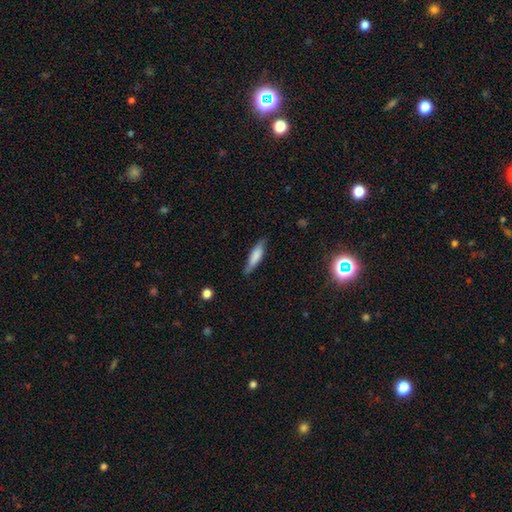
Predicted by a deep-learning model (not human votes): smooth 73%, featured or disk 21%, star or artifact 6%. Down the decision tree: how rounded — cigar-shaped (69%); merging — none (79%).